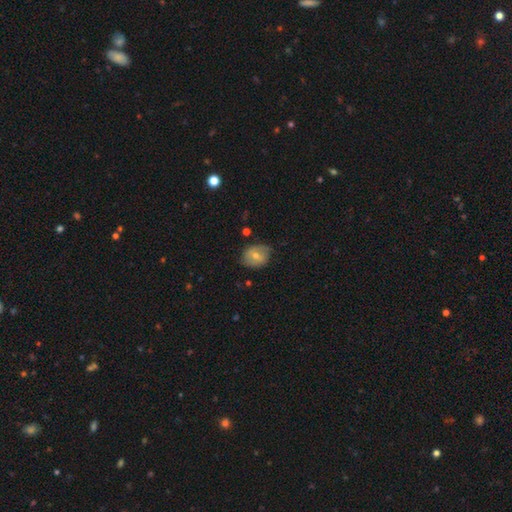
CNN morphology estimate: This appears to be a smooth galaxy with no disk features (61%) that is round (51%). Merging: none (72%).